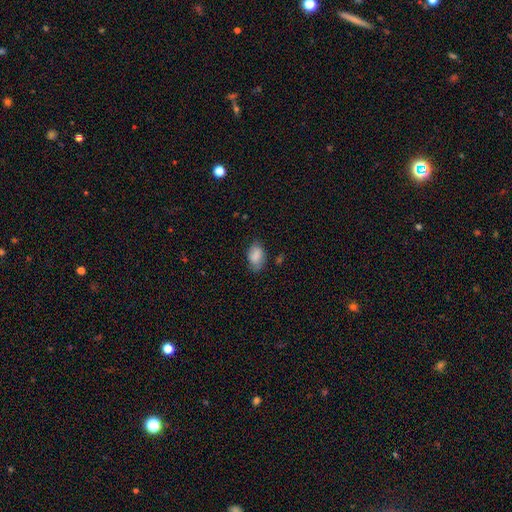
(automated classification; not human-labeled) Smooth or featured: smooth — 84% (featured or disk — 8%)
How rounded: in between — 88% (round — 10%)
Merging: none — 71% (minor disturbance — 22%)